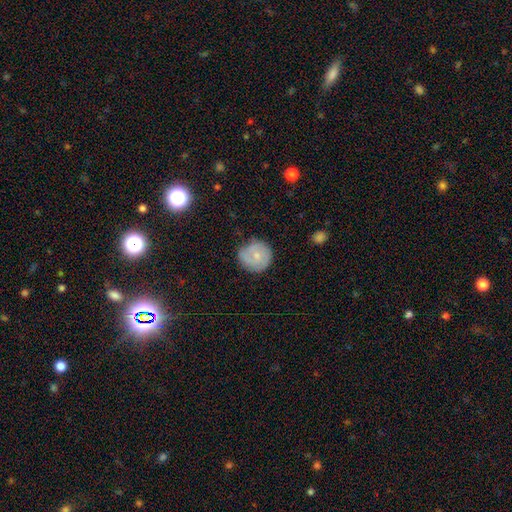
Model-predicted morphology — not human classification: Overall: smooth (60%; featured or disk 33%). How rounded: round (92%). Merging: none (77%).